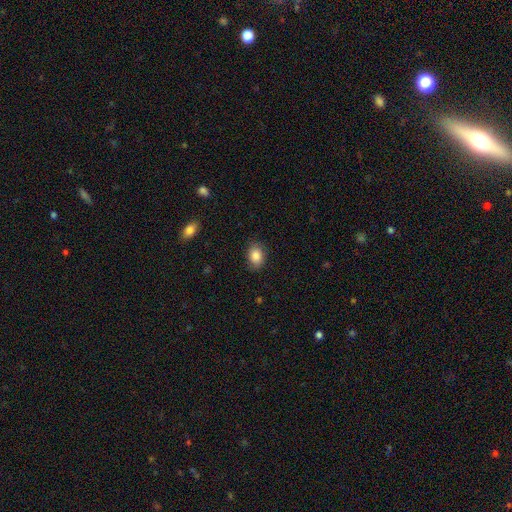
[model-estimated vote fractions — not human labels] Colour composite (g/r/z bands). It shows a smooth galaxy with no disk features (85%) that is in between round and cigar-shaped (73%). Merging: none (84%).